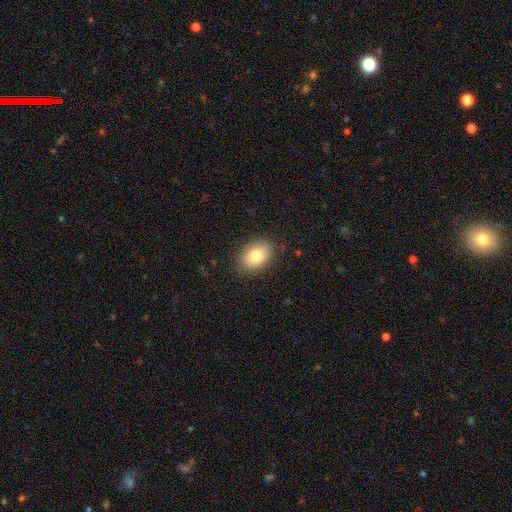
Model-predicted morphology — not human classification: smooth-or-featured: smooth: 81% | featured or disk: 11% | star or artifact: 8%
  how-rounded: in between: 80% | round: 19% | cigar-shaped: 1%
  merging: none: 86% | minor disturbance: 11% | major disturbance: 3% | merger: 1%